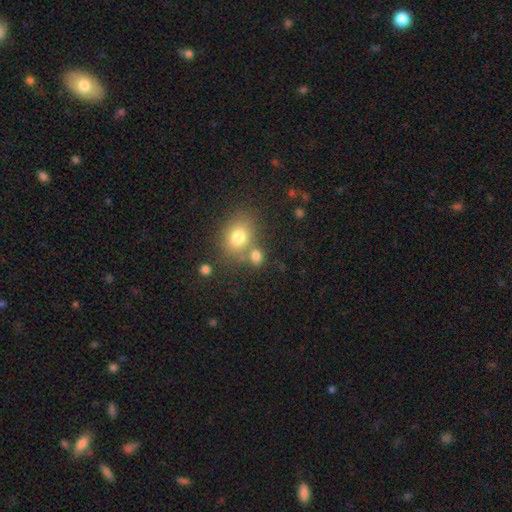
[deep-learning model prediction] The model was most divided on "how rounded": round: 56%, in between: 43%, cigar-shaped: 2%. More confident: smooth or featured — smooth (76%); merging — none (54%).